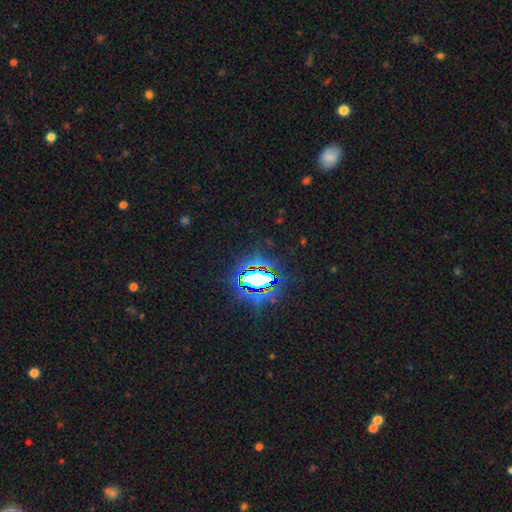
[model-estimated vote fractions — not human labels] Smooth or featured? star or artifact (81%)